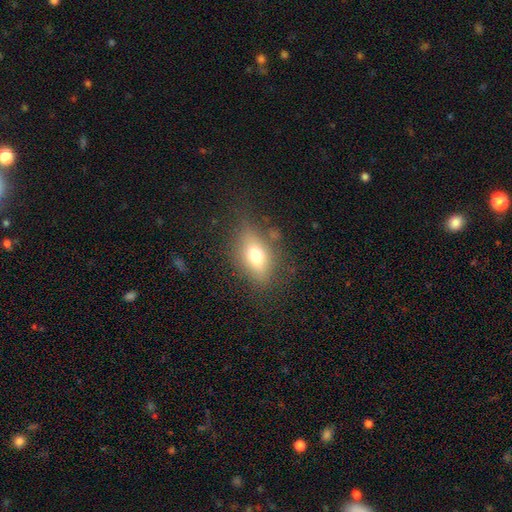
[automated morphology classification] The model was most divided on "smooth or featured": smooth: 66%, featured or disk: 23%, star or artifact: 11%. More confident: how rounded — in between (78%); merging — none (70%).